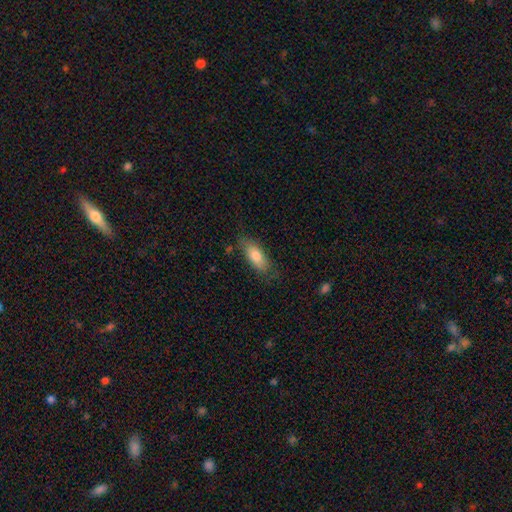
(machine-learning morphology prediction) A smooth galaxy with no disk features (77%) that is in between round and cigar-shaped (77%). Merging: none (74%).